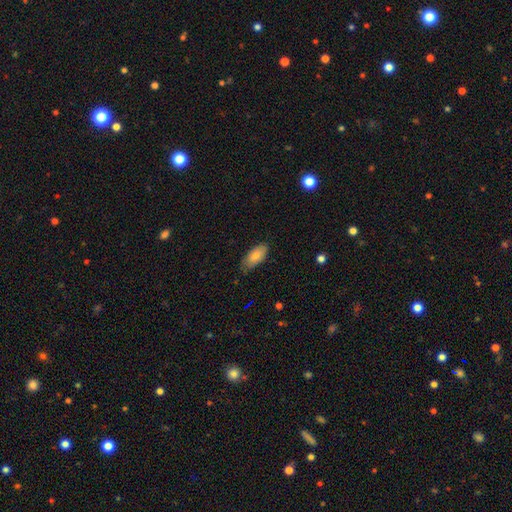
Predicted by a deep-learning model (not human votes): A smooth galaxy with no disk features (82%) that is in between round and cigar-shaped (88%). Merging: none (71%).